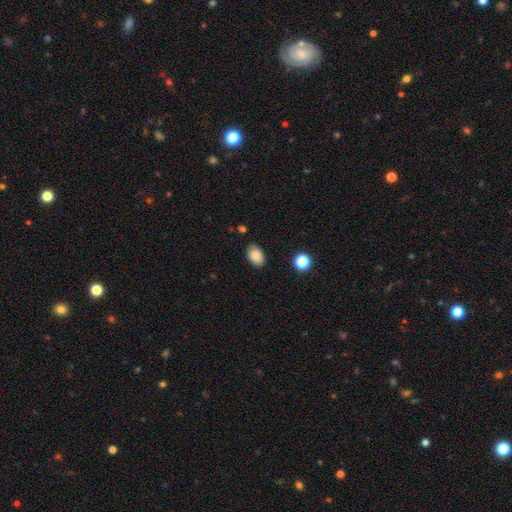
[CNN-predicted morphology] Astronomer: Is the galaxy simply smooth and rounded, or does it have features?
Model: smooth — 85%.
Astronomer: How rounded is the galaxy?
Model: in between — 89%.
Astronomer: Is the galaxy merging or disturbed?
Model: none — 85%.